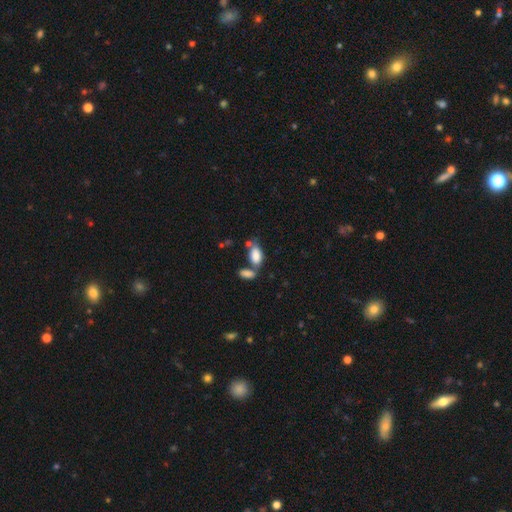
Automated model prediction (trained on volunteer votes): The model was most divided on "merging": merger: 42%, none: 41%, minor disturbance: 12%, major disturbance: 5%. More confident: how rounded — in between (92%); smooth or featured — smooth (84%).